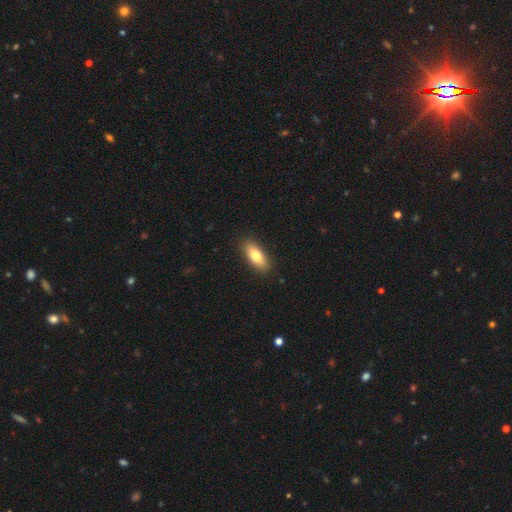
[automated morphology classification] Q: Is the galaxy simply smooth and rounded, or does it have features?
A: smooth — 75%.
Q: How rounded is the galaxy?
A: in between — 75%.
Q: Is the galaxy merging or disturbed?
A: none — 89%.